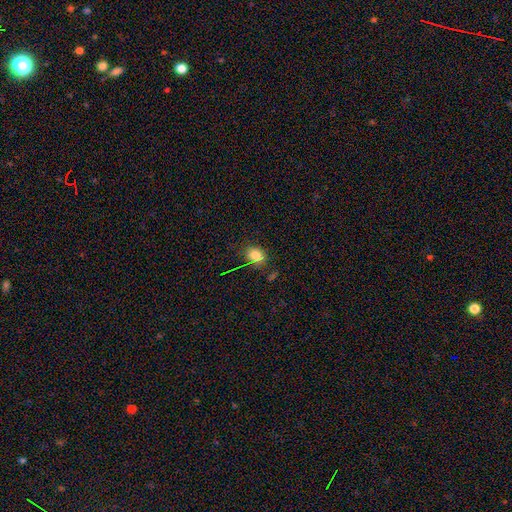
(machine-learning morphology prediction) Smooth or featured?
  - smooth: 79% *
  - star or artifact: 15%
  - featured or disk: 6%
How rounded?
  - in between: 55% *
  - round: 44%
  - cigar-shaped: 1%
Merging?
  - none: 78% *
  - minor disturbance: 15%
  - major disturbance: 4%
  - merger: 3%